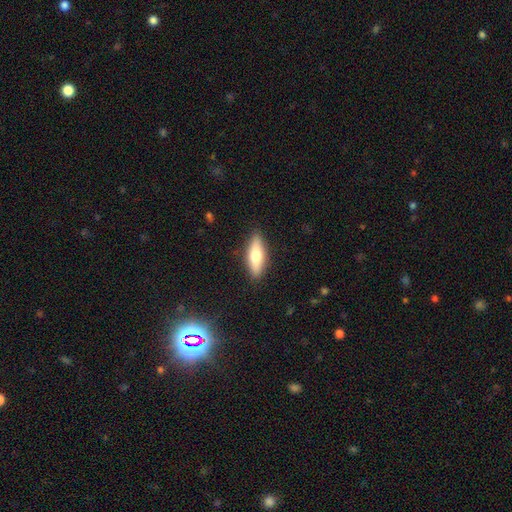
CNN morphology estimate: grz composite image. It shows a smooth galaxy with no disk features (67%) that is in between round and cigar-shaped (53%). Merging: none (87%).